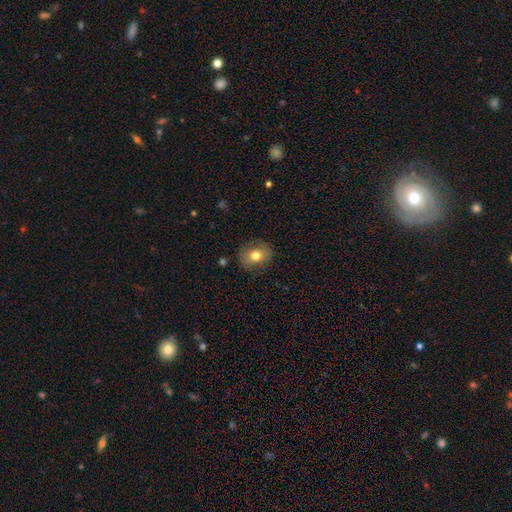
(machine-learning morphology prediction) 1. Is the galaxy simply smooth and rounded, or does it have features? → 74% smooth, 17% featured or disk, 9% star or artifact.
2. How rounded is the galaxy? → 50% in between, 49% round, 1% cigar-shaped.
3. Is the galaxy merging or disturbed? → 82% none, 13% minor disturbance, 4% major disturbance, 1% merger.